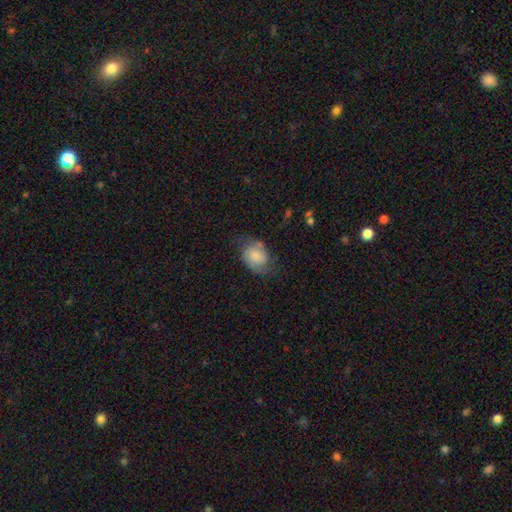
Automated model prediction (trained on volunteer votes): A smooth galaxy with no disk features (47%). Merging: none (59%).